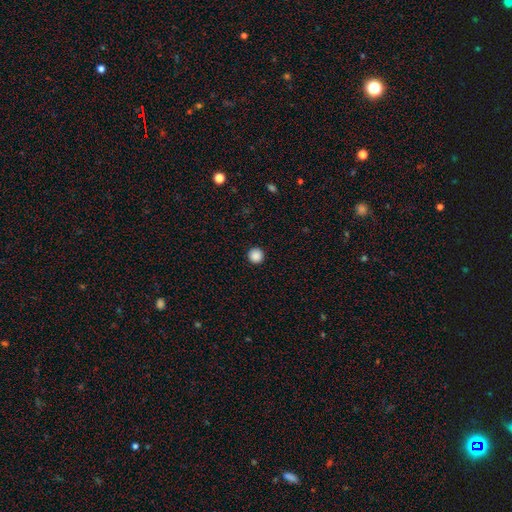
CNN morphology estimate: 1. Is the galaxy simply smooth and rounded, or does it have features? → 88% smooth, 9% star or artifact, 2% featured or disk.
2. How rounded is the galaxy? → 96% round, 3% in between, 1% cigar-shaped.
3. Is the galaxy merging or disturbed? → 94% none, 4% minor disturbance, 1% major disturbance, 1% merger.